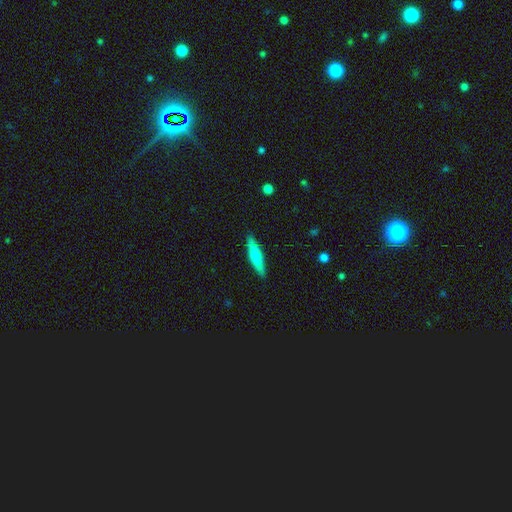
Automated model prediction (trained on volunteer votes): This appears to be a smooth galaxy with no disk features (60%) that is cigar-shaped (86%). Merging: none (90%).